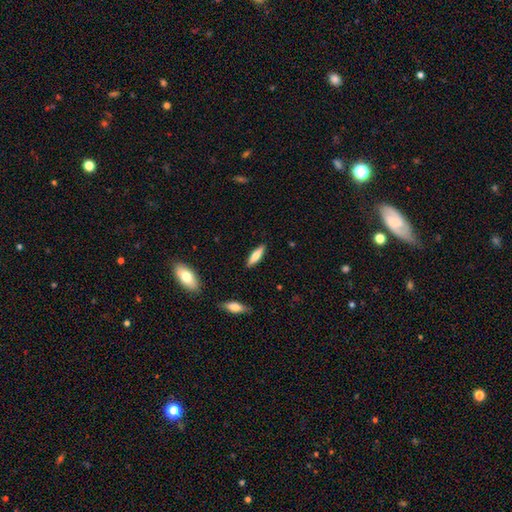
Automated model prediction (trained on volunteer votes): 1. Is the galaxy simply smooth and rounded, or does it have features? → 70% smooth, 24% featured or disk, 6% star or artifact.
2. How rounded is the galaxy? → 63% cigar-shaped, 35% in between, 2% round.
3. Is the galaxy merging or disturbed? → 88% none, 8% minor disturbance, 2% major disturbance, 2% merger.